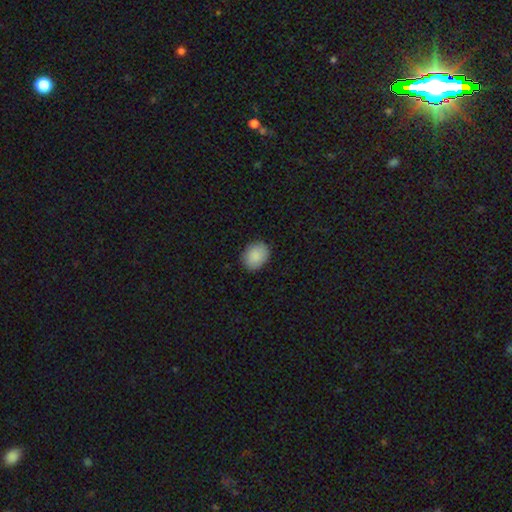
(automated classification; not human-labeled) Overall: smooth (88%). How rounded: in between (55%; round 44%). Merging: none (86%).